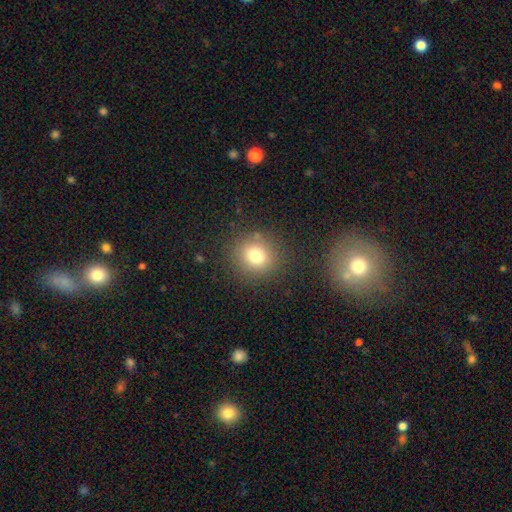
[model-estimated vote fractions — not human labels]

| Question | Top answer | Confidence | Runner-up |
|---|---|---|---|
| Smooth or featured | smooth | 76% | star or artifact (15%) |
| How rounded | round | 85% | in between (14%) |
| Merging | none | 85% | minor disturbance (9%) |